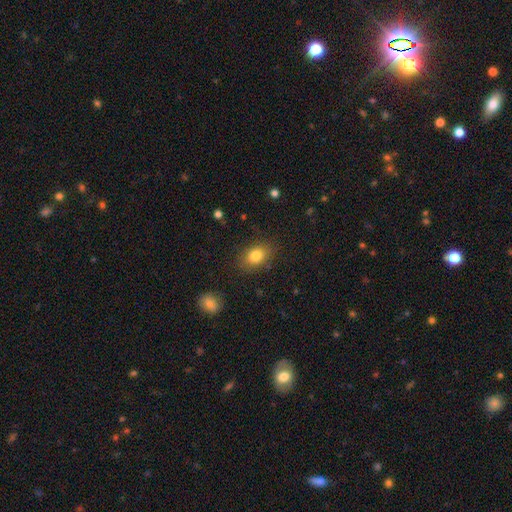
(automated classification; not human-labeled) smooth_or_featured: smooth (p=0.82) [alt: star or artifact p=0.10]
how_rounded: in between (p=0.74) [alt: round p=0.24]
merging: none (p=0.83) [alt: minor disturbance p=0.12]